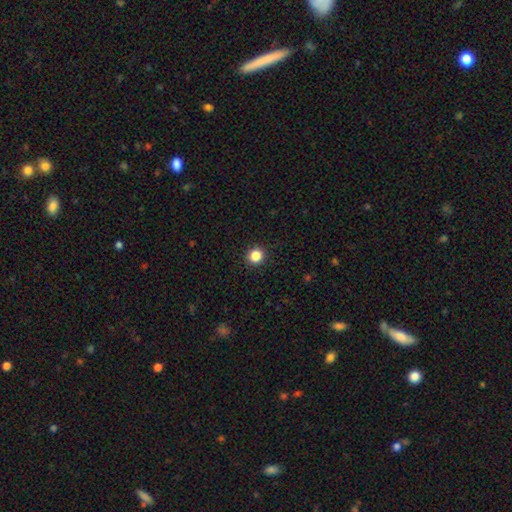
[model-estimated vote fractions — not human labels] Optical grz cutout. It shows a smooth galaxy with no disk features (85%) that is round (93%). Merging: none (93%).